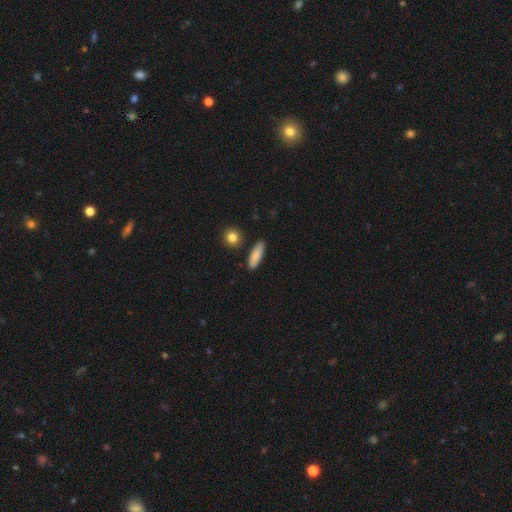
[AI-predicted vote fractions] Smooth or featured? smooth (85%)
How rounded? cigar-shaped (52%)
Merging? none (86%)